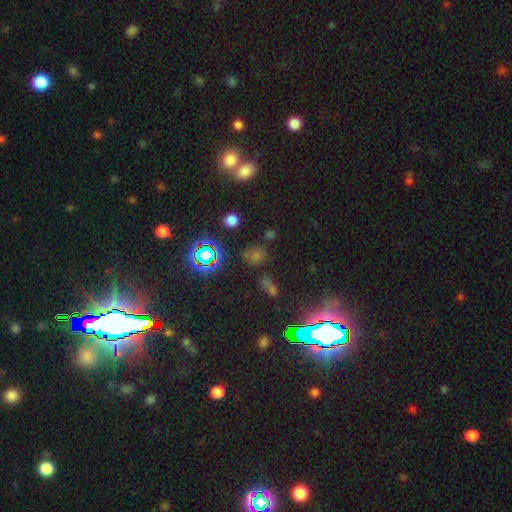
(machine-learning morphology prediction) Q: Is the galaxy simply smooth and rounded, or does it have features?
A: star or artifact — 53%.